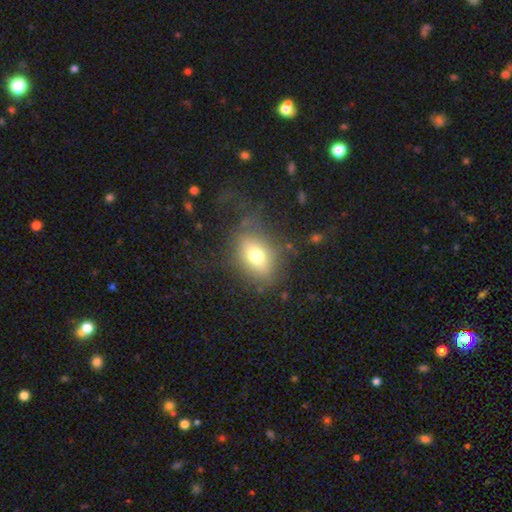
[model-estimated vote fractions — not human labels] The model was most divided on "how rounded": in between: 69%, round: 28%, cigar-shaped: 2%. More confident: smooth or featured — smooth (68%); merging — none (62%).